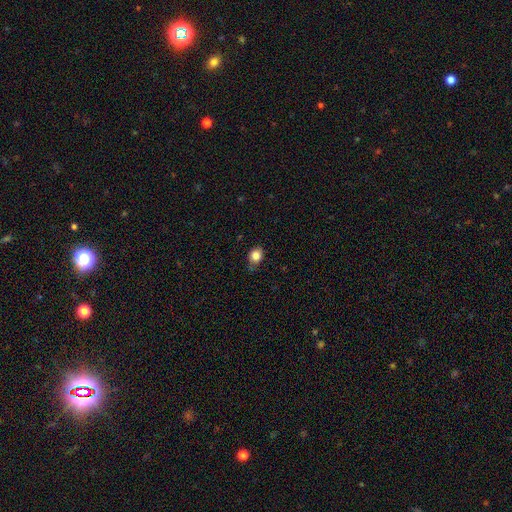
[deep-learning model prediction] Smooth or featured?
  - smooth: 84% *
  - star or artifact: 10%
  - featured or disk: 6%
How rounded?
  - round: 57% *
  - in between: 42%
  - cigar-shaped: 1%
Merging?
  - none: 70% *
  - minor disturbance: 24%
  - major disturbance: 4%
  - merger: 2%